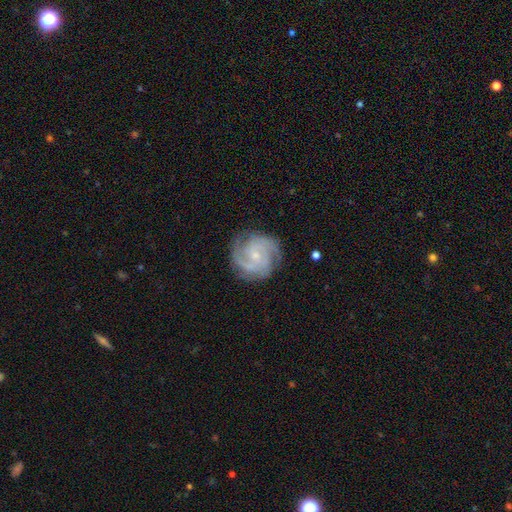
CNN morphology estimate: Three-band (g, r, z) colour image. It shows a featured or disk galaxy (89%) with no bar (61%), 3 (43%) tight (59%) spiral arms (98%) and a small central bulge (71%). Merging: none (81%).